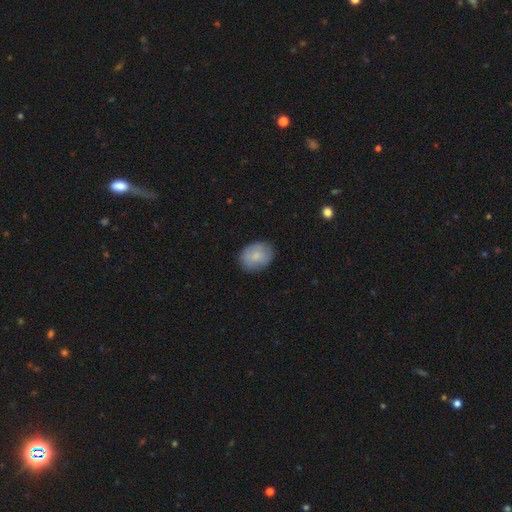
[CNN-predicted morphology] smooth-or-featured: smooth: 81% | featured or disk: 13% | star or artifact: 7%
  how-rounded: in between: 56% | round: 43% | cigar-shaped: 1%
  merging: none: 83% | minor disturbance: 13% | major disturbance: 3% | merger: 1%